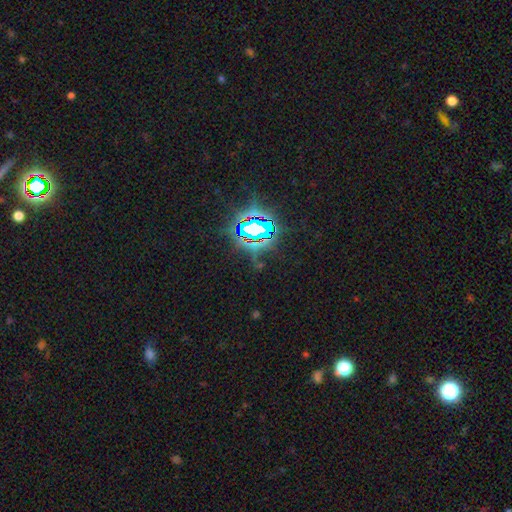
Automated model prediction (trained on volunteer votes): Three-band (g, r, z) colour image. It shows a star or artifact, not a galaxy (79%).